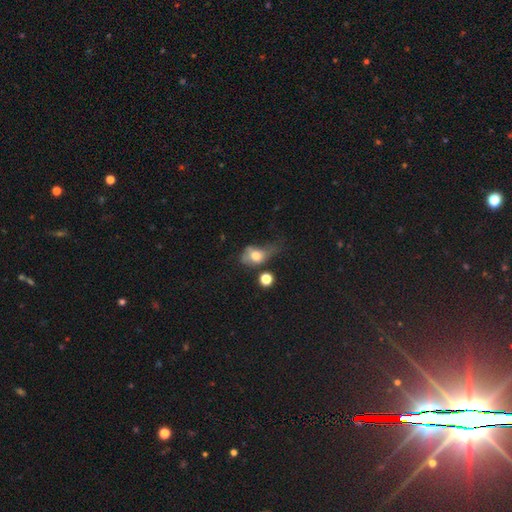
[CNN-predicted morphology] This appears to be a smooth galaxy with no disk features (67%) that is in between round and cigar-shaped (59%). Merging: major disturbance (38%).